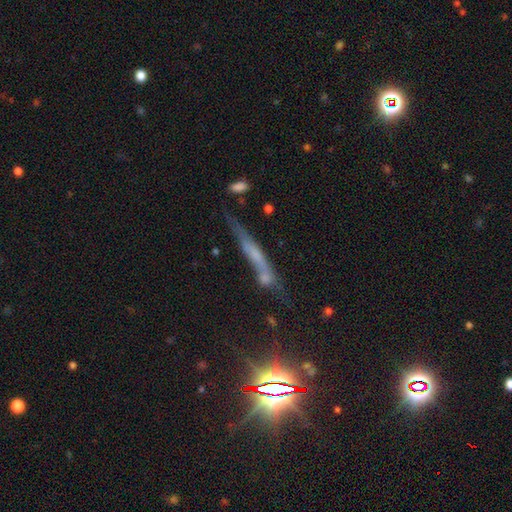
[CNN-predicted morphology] featured or disk 46%, smooth 33%, star or artifact 21%. Down the decision tree: merging — none (50%).